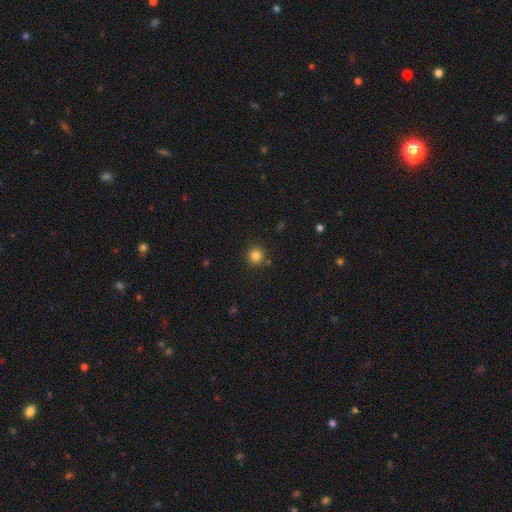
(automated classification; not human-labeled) smooth-or-featured: smooth: 83% | star or artifact: 12% | featured or disk: 5%
  how-rounded: round: 93% | in between: 6% | cigar-shaped: 1%
  merging: none: 87% | minor disturbance: 8% | merger: 3% | major disturbance: 2%